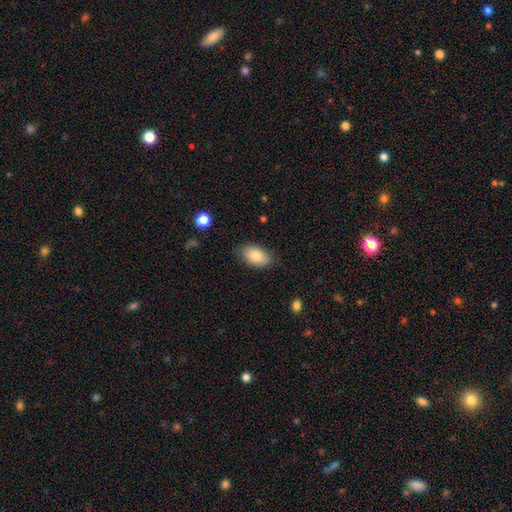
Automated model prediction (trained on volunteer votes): smooth-or-featured: smooth: 79% | featured or disk: 14% | star or artifact: 7%
  how-rounded: in between: 92% | round: 7% | cigar-shaped: 2%
  merging: none: 81% | minor disturbance: 15% | major disturbance: 3% | merger: 1%